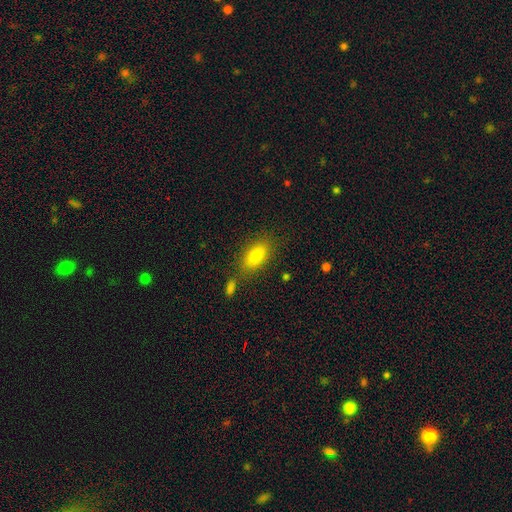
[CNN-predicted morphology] Overall: smooth (82%). How rounded: in between (84%). Merging: none (75%).